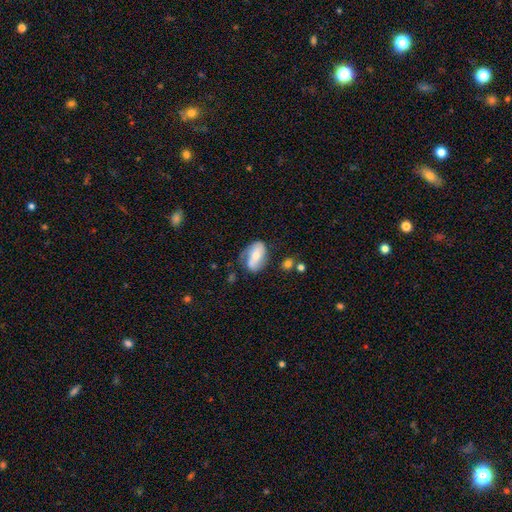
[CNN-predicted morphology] Q: Smooth or featured?
A: featured or disk (52%); runner-up: smooth (41%)
Q: Edge-on disk?
A: no (94%); runner-up: yes (6%)
Q: Merging?
A: none (49%); runner-up: minor disturbance (30%)